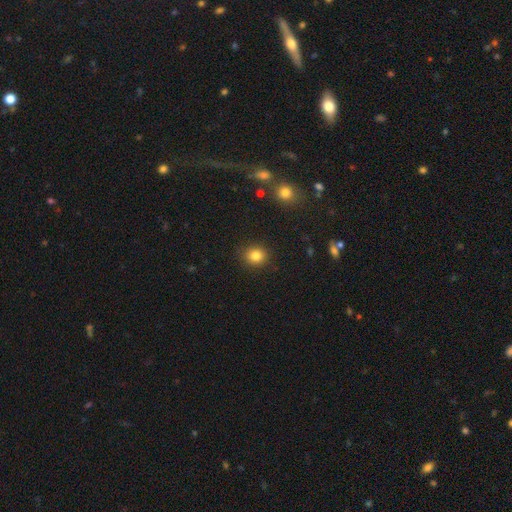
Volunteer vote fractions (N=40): This is clearly a smooth galaxy (90%). How rounded: clearly round (89%). Merging: clearly none (87%).